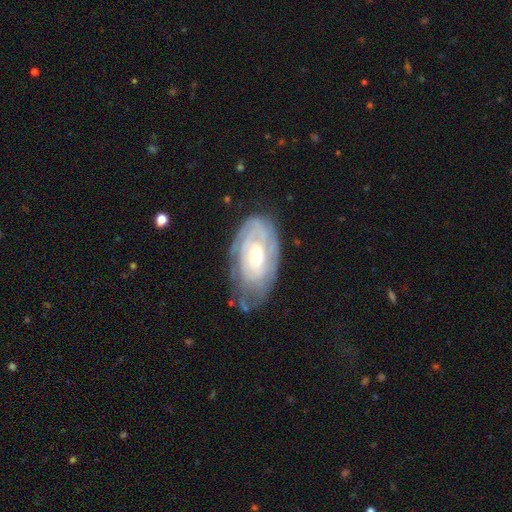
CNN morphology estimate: Smooth or featured? Predicted: featured or disk (p=0.76). Edge-on disk? Predicted: no (p=0.94). Bar? Predicted: no (p=0.66). Spiral arms? Predicted: yes (p=0.85). Spiral winding? Predicted: tight (p=0.75). Spiral arm count? Predicted: can't tell (p=0.61). Bulge size? Predicted: moderate (p=0.50). Merging? Predicted: none (p=0.63).